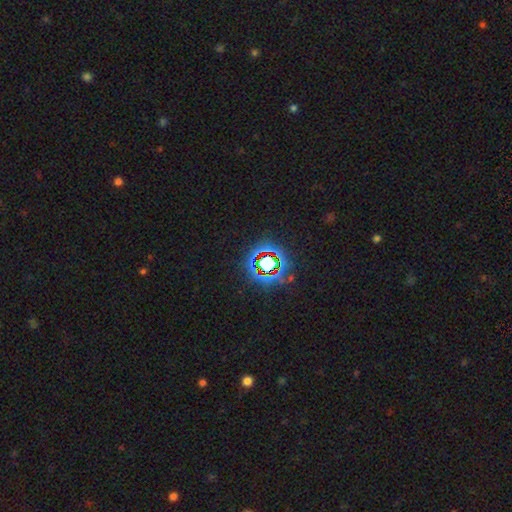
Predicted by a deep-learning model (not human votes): The model was most divided on "smooth or featured": star or artifact: 74%, smooth: 16%, featured or disk: 10%.